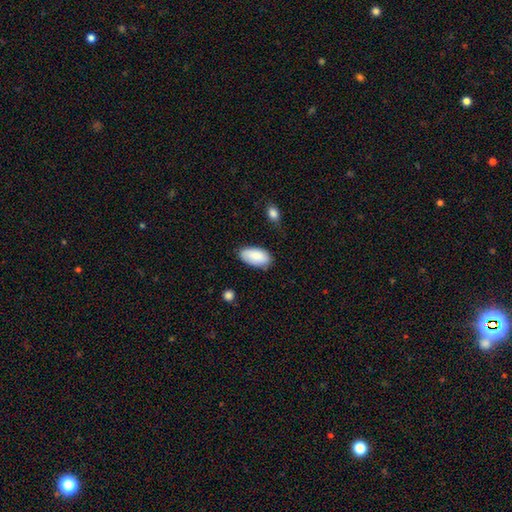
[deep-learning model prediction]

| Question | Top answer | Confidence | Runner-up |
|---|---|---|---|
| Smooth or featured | smooth | 85% | featured or disk (9%) |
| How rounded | in between | 95% | cigar-shaped (3%) |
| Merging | none | 79% | minor disturbance (17%) |